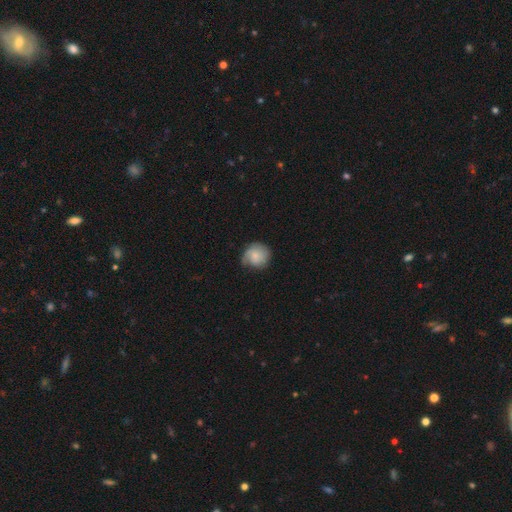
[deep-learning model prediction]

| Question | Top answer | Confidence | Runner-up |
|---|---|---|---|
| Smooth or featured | smooth | 67% | featured or disk (26%) |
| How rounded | round | 85% | in between (14%) |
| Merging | none | 60% | minor disturbance (29%) |